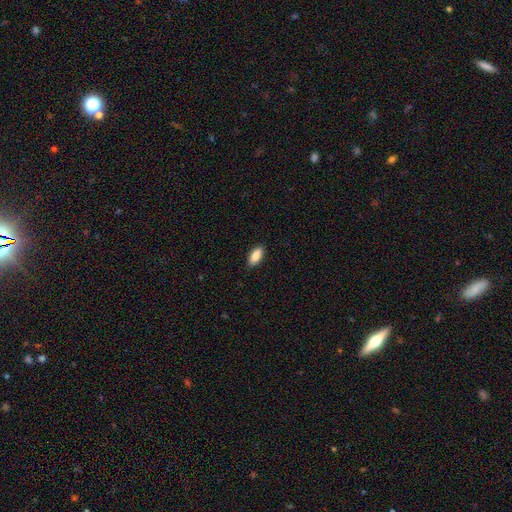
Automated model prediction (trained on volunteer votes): Smooth or featured? smooth (86%)
How rounded? in between (86%)
Merging? none (88%)